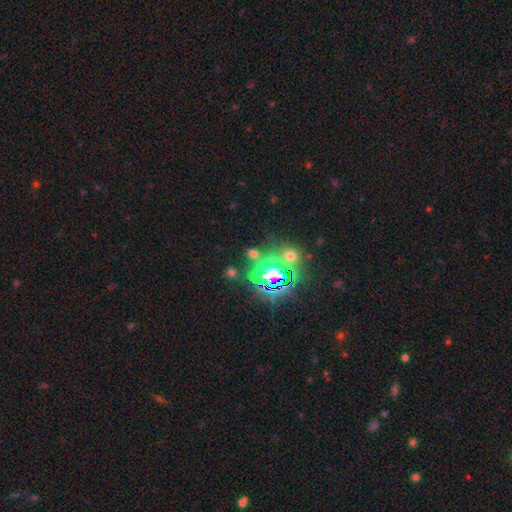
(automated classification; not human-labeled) Overall: star or artifact (70%).